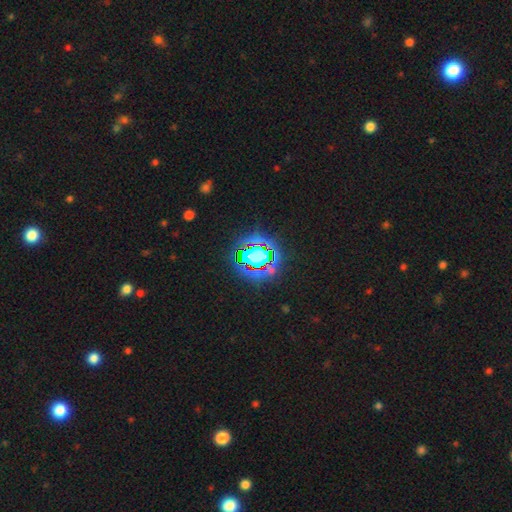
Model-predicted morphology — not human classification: This is likely a star or artifact rather than a galaxy (61%).